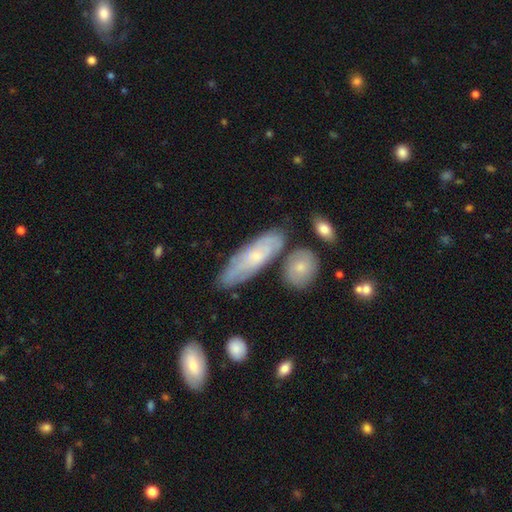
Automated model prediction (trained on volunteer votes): The model was most divided on "smooth or featured": featured or disk: 48%, smooth: 45%, star or artifact: 7%. More confident: merging — none (68%).